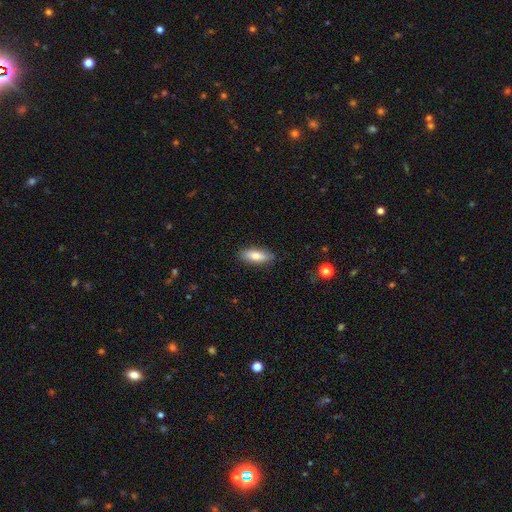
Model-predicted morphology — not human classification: The model was most divided on "how rounded": in between: 72%, cigar-shaped: 26%, round: 2%. More confident: merging — none (86%); smooth or featured — smooth (78%).